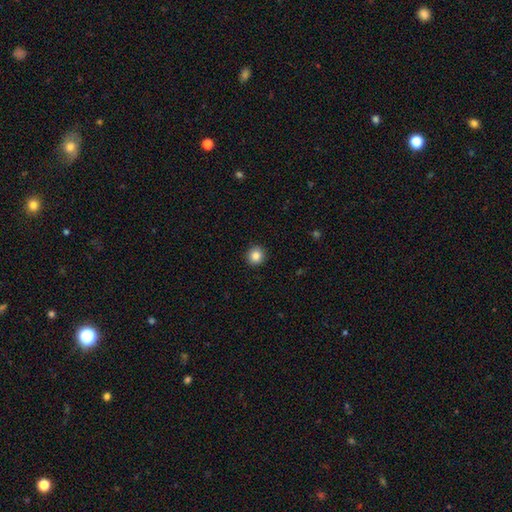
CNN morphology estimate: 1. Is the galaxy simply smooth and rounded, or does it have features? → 86% smooth, 10% star or artifact, 5% featured or disk.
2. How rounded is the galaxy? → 93% round, 6% in between, 1% cigar-shaped.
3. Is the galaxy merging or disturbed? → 92% none, 5% minor disturbance, 2% major disturbance, 1% merger.